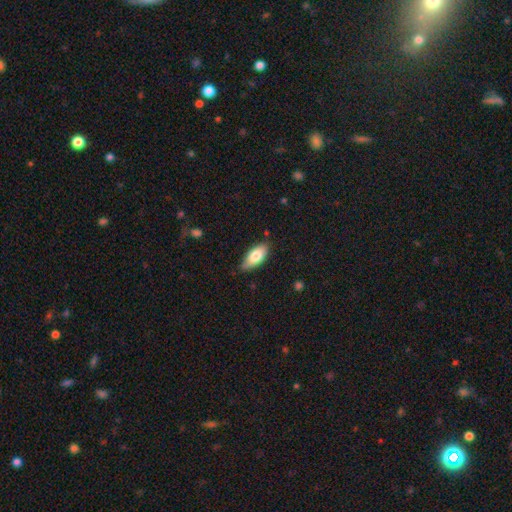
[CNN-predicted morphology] Smooth or featured? smooth (78%)
How rounded? in between (88%)
Merging? none (73%)